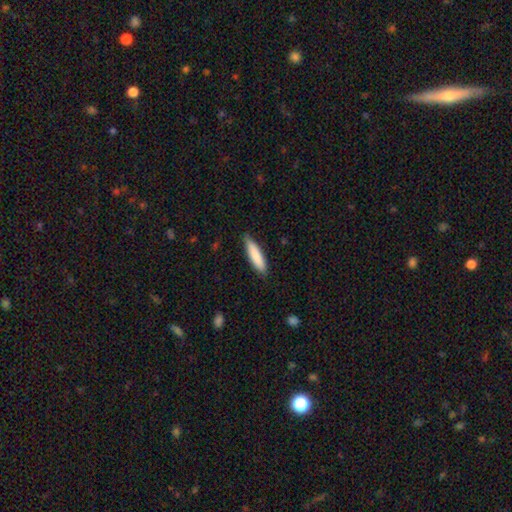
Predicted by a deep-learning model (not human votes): Smooth or featured? smooth (82%)
How rounded? cigar-shaped (77%)
Merging? none (82%)